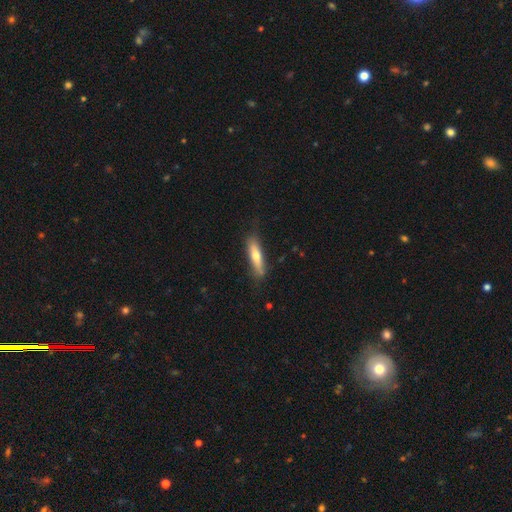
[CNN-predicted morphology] type=smooth (60%); roundness=cigar-shaped (77%); merging=none (79%).